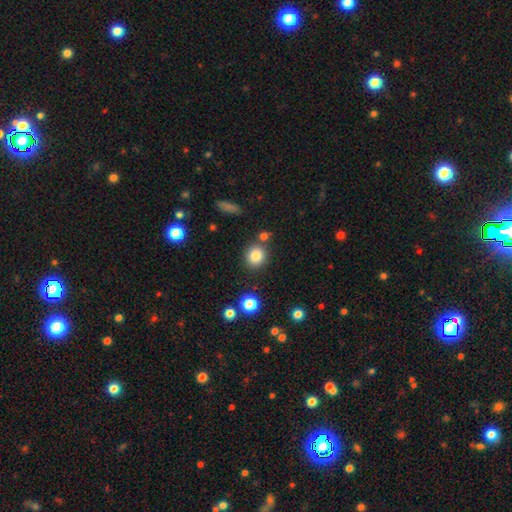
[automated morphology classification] This is clearly a smooth galaxy (83%). How rounded: clearly round (83%). Merging: clearly none (81%).